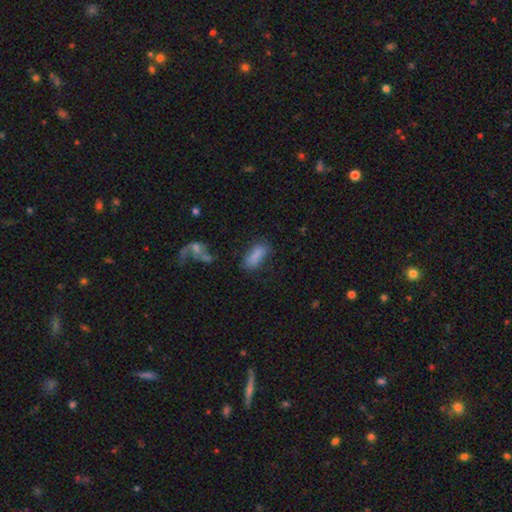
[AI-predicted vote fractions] Smooth or featured? Predicted: smooth (p=0.83). How rounded? Predicted: in between (p=0.81). Merging? Predicted: none (p=0.62).